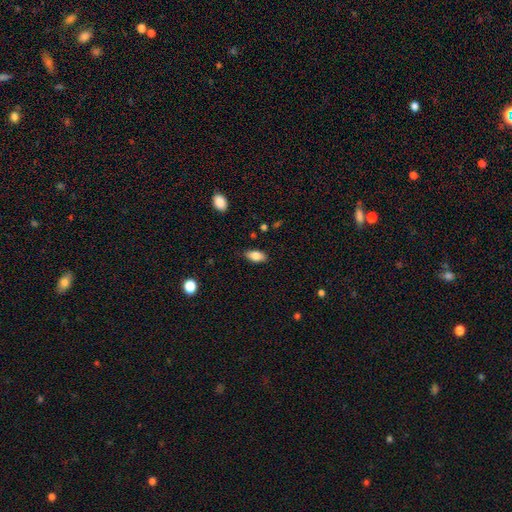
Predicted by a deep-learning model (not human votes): Smooth or featured? Predicted: smooth (p=0.82). How rounded? Predicted: in between (p=0.90). Merging? Predicted: none (p=0.84).